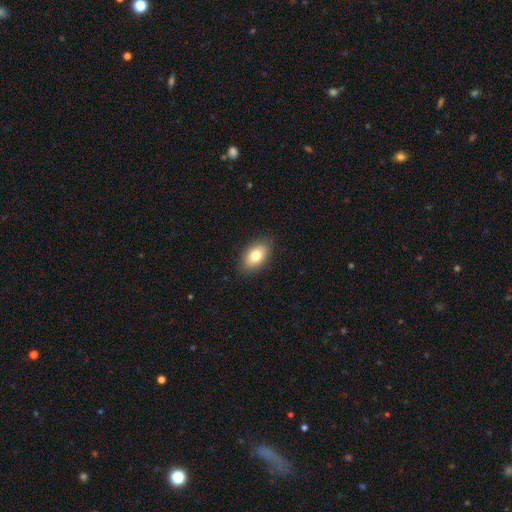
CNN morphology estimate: This is likely a smooth galaxy (79%). How rounded: clearly in between (89%). Merging: clearly none (87%).